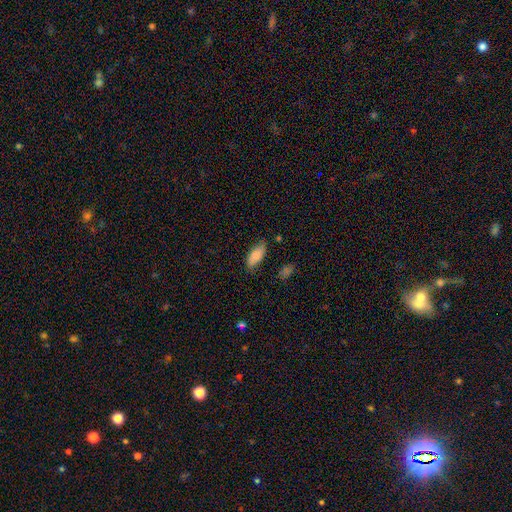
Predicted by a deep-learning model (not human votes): Q: Smooth or featured?
A: smooth (83%); runner-up: featured or disk (11%)
Q: How rounded?
A: in between (84%); runner-up: cigar-shaped (14%)
Q: Merging?
A: none (71%); runner-up: minor disturbance (22%)